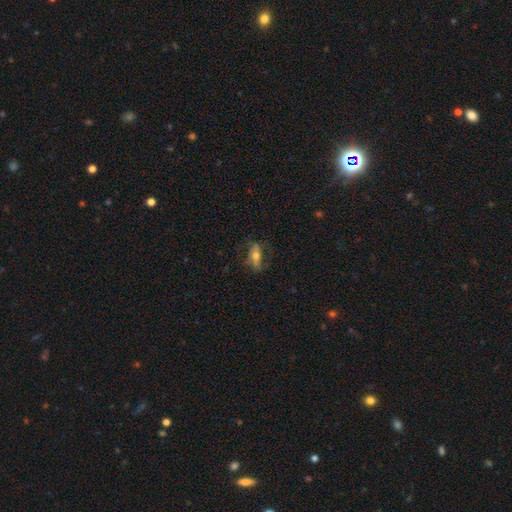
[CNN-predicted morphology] Overall: featured or disk (50%; smooth 42%). Edge-on disk: no (60%; yes 40%). Merging: none (71%).